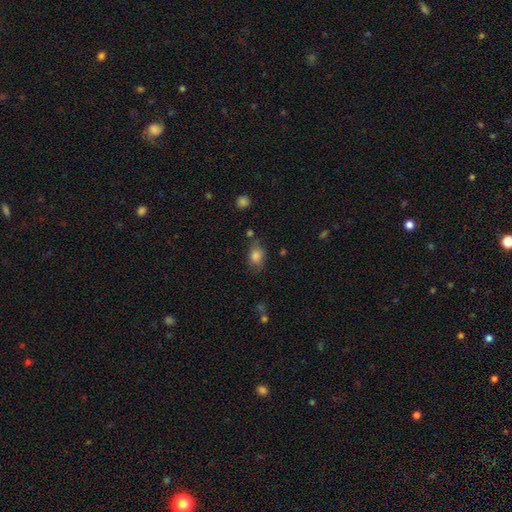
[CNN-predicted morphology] Smooth or featured: smooth — 81% (featured or disk — 9%)
How rounded: in between — 75% (round — 24%)
Merging: none — 65% (minor disturbance — 23%)